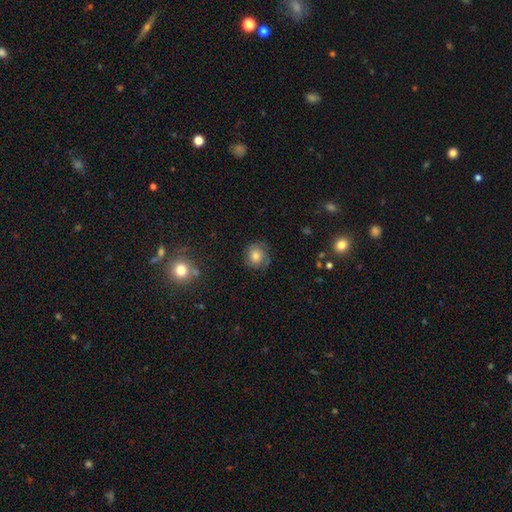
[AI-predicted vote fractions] smooth 56%, featured or disk 32%, star or artifact 11%. Down the decision tree: how rounded — round (86%); merging — none (74%).